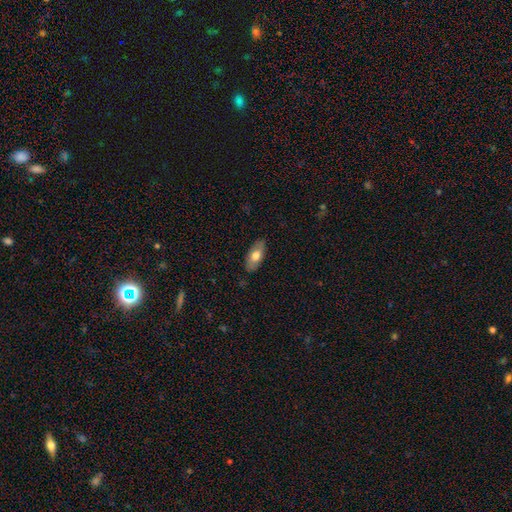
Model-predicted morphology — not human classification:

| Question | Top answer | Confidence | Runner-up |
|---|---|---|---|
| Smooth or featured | smooth | 70% | featured or disk (24%) |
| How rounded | in between | 87% | cigar-shaped (10%) |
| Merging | none | 86% | minor disturbance (11%) |